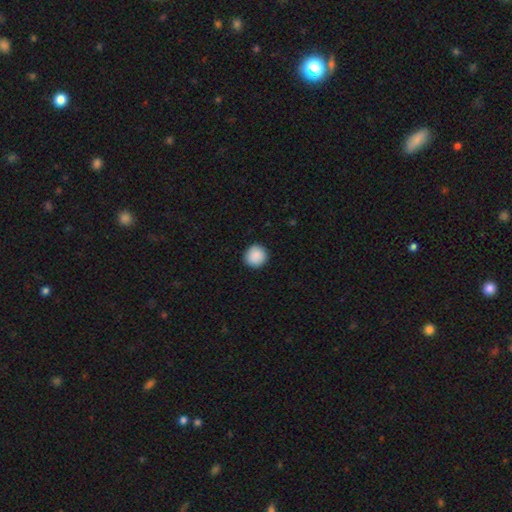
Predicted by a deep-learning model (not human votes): Morphology: type=smooth (90%); roundness=round (93%); merging=none (91%).